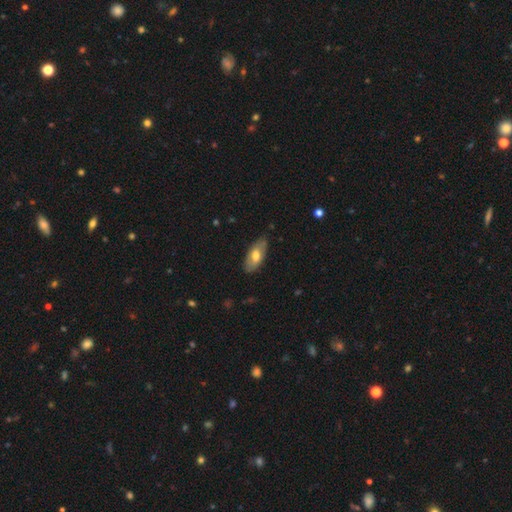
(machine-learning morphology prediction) smooth_or_featured: smooth (p=0.63) [alt: featured or disk p=0.32]
how_rounded: in between (p=0.87) [alt: cigar-shaped p=0.10]
merging: none (p=0.76) [alt: minor disturbance p=0.20]